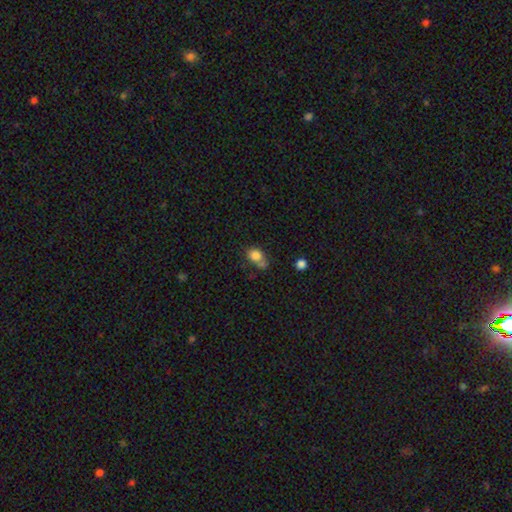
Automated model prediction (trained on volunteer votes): Q: Smooth or featured?
A: smooth (80%); runner-up: star or artifact (10%)
Q: How rounded?
A: in between (55%); runner-up: round (43%)
Q: Merging?
A: none (41%); runner-up: merger (26%)